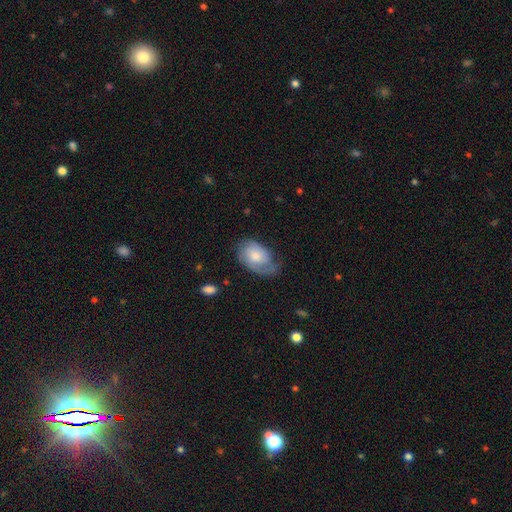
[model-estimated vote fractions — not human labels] smooth_or_featured: featured or disk (p=0.53) [alt: smooth p=0.40]
disk_edge_on: no (p=0.96) [alt: yes p=0.04]
bar: no (p=0.75) [alt: weak p=0.22]
has_spiral_arms: yes (p=0.84) [alt: no p=0.16]
bulge_size: moderate (p=0.51) [alt: small p=0.25]
merging: none (p=0.47) [alt: minor disturbance p=0.32]